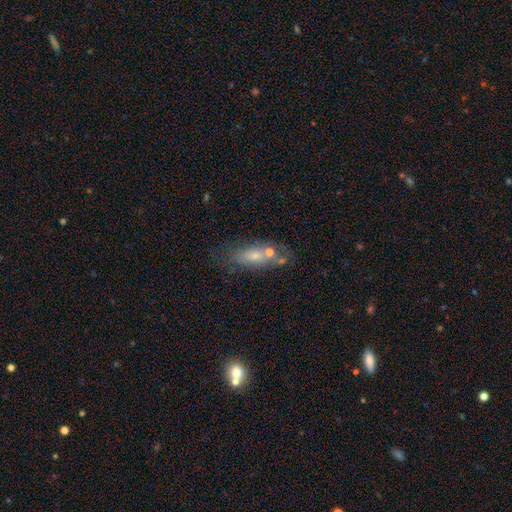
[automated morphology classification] smooth-or-featured: smooth: 53% | featured or disk: 34% | star or artifact: 14%
  how-rounded: in between: 65% | cigar-shaped: 29% | round: 7%
  merging: none: 53% | minor disturbance: 19% | merger: 18% | major disturbance: 10%